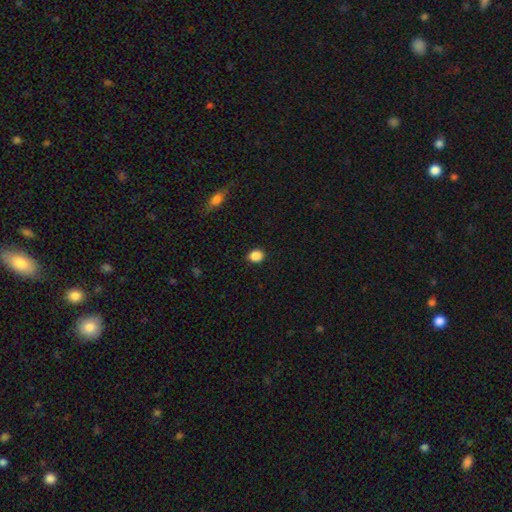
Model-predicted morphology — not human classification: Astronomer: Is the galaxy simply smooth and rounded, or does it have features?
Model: smooth — 88%.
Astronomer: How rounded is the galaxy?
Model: round — 61% (runner-up: in between, 38%).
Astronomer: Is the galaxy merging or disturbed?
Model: none — 87%.